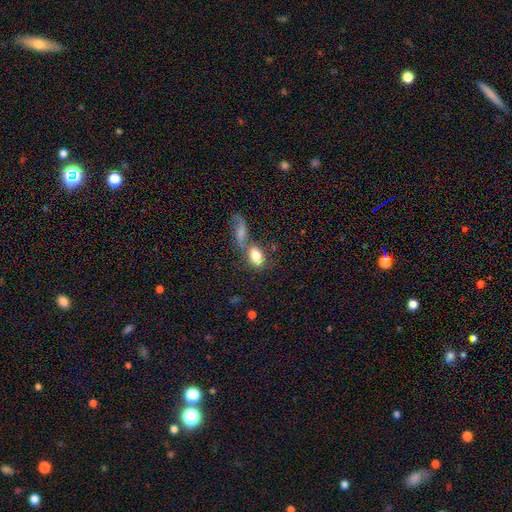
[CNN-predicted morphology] smooth-or-featured: smooth: 77% | featured or disk: 15% | star or artifact: 9%
  how-rounded: in between: 85% | round: 10% | cigar-shaped: 5%
  merging: merger: 44% | none: 37% | minor disturbance: 11% | major disturbance: 8%